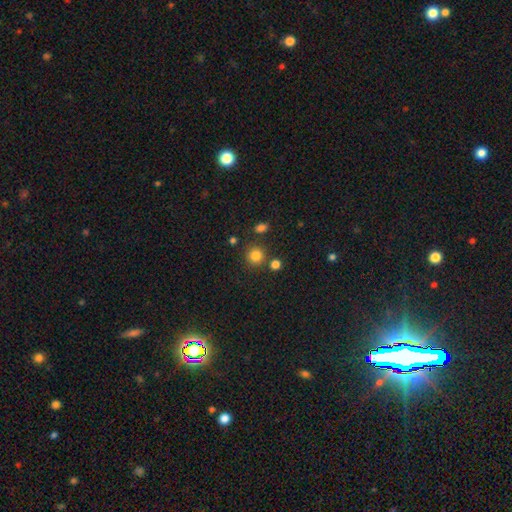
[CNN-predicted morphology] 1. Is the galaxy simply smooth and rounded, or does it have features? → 82% smooth, 13% star or artifact, 5% featured or disk.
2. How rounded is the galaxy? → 91% round, 8% in between, 1% cigar-shaped.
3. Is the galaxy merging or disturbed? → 82% none, 8% minor disturbance, 7% merger, 3% major disturbance.